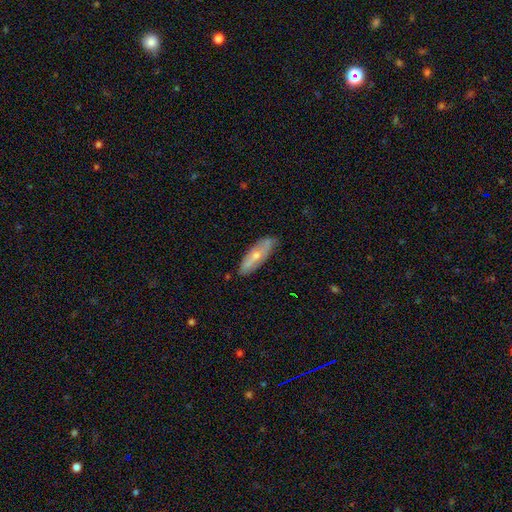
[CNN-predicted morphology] Smooth or featured?
  - featured or disk: 48% *
  - smooth: 45%
  - star or artifact: 7%
Merging?
  - none: 79% *
  - minor disturbance: 16%
  - major disturbance: 3%
  - merger: 2%